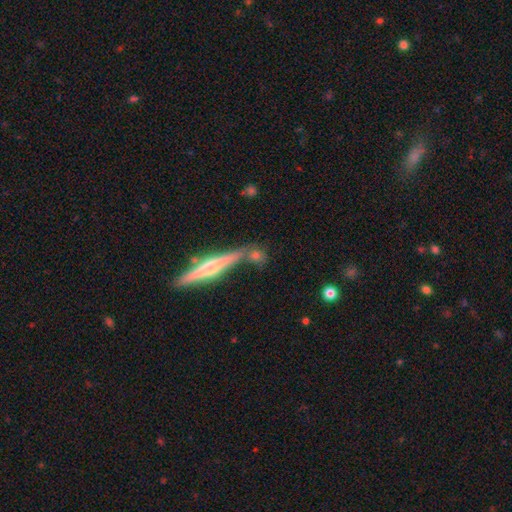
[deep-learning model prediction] The model was most divided on "how rounded": round: 42%, cigar-shaped: 34%, in between: 24%. More confident: merging — none (64%); smooth or featured — smooth (57%).